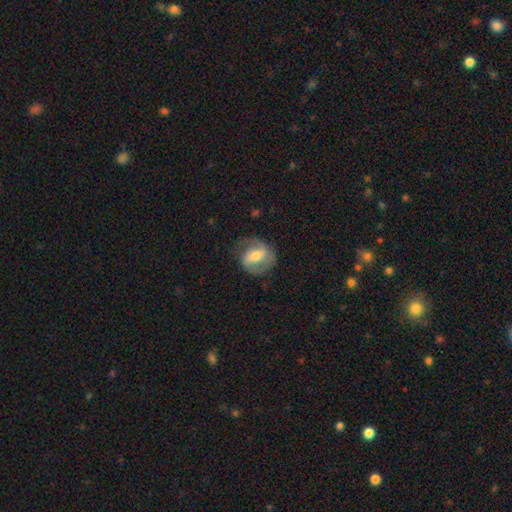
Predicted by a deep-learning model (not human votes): Q: Smooth or featured?
A: featured or disk (73%); runner-up: smooth (21%)
Q: Edge-on disk?
A: no (97%); runner-up: yes (3%)
Q: Bar?
A: weak (42%); runner-up: strong (40%)
Q: Spiral arms?
A: yes (88%); runner-up: no (12%)
Q: Spiral winding?
A: medium (48%); runner-up: tight (28%)
Q: Spiral arm count?
A: 2 (83%); runner-up: 1 (7%)
Q: Bulge size?
A: moderate (60%); runner-up: small (30%)
Q: Merging?
A: none (72%); runner-up: minor disturbance (17%)